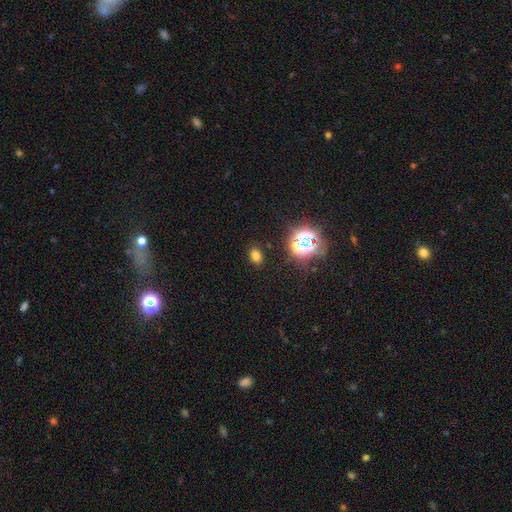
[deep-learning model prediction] smooth 70%, star or artifact 24%, featured or disk 6%. Down the decision tree: how rounded — in between (75%); merging — none (86%).